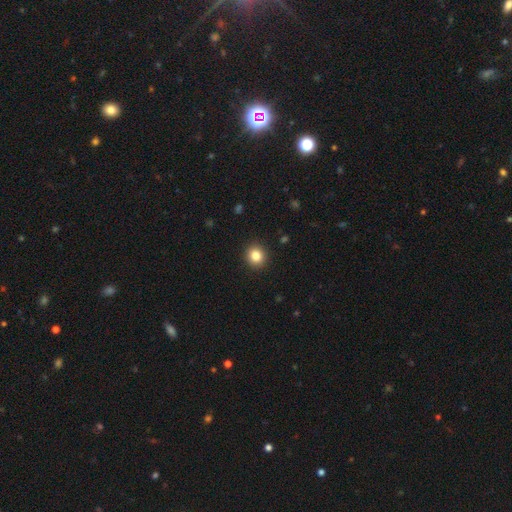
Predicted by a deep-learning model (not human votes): This is clearly a smooth galaxy (83%). How rounded: clearly round (89%). Merging: clearly none (92%).